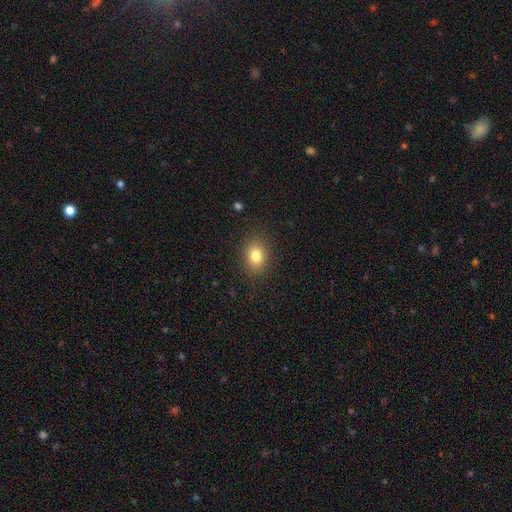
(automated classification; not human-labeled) Morphology: type=smooth (81%); roundness=in between (63%); merging=none (87%).